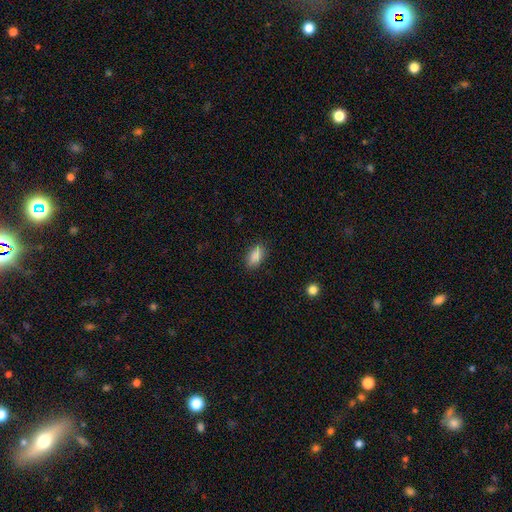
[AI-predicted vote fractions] Smooth or featured?
  - smooth: 89% *
  - star or artifact: 7%
  - featured or disk: 4%
How rounded?
  - in between: 90% *
  - cigar-shaped: 6%
  - round: 4%
Merging?
  - none: 85% *
  - minor disturbance: 11%
  - major disturbance: 3%
  - merger: 1%